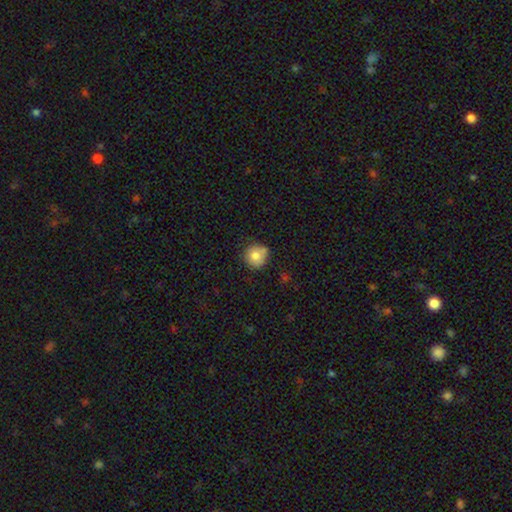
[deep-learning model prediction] A smooth galaxy with no disk features (77%) that is round (92%).

Vote fractions:
- Smooth or featured? smooth: 77% / featured or disk: 14% / star or artifact: 9%
- How rounded? round: 92% / in between: 7% / cigar-shaped: 1%
- Merging? none: 69% / minor disturbance: 18% / merger: 8% / major disturbance: 4%